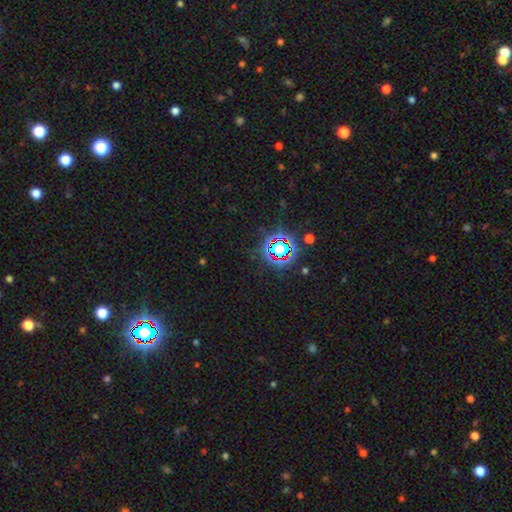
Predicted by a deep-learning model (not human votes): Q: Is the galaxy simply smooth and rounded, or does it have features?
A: star or artifact — 80%.